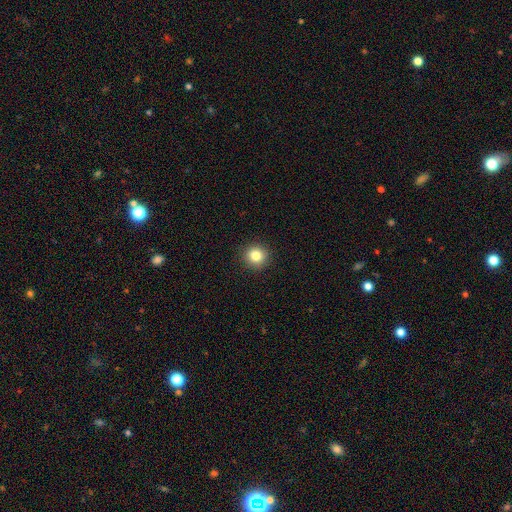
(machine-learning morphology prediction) A smooth galaxy with no disk features (83%) that is round (92%). Merging: none (92%).